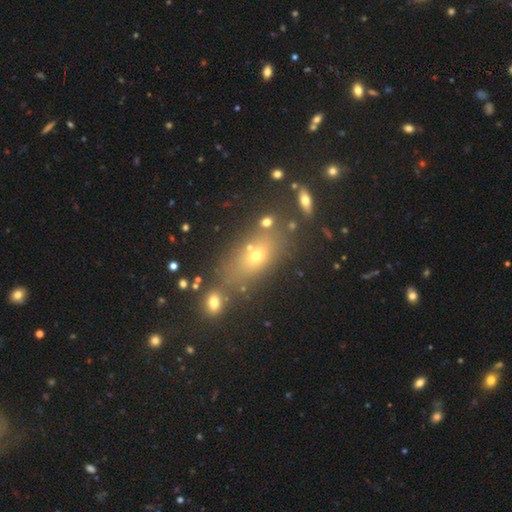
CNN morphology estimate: Q: Smooth or featured?
A: smooth (58%); runner-up: star or artifact (21%)
Q: How rounded?
A: in between (69%); runner-up: round (20%)
Q: Merging?
A: none (63%); runner-up: merger (17%)